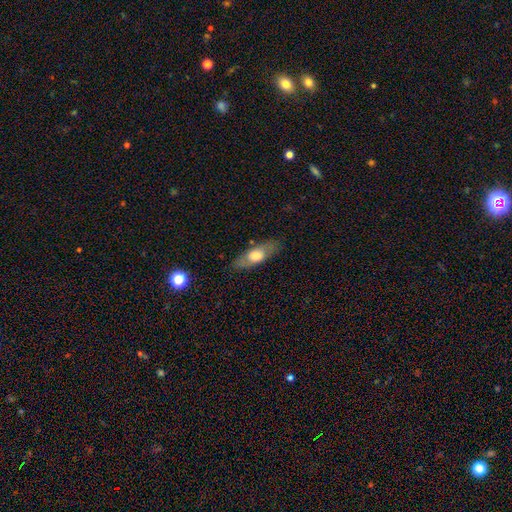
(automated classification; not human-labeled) smooth_or_featured: smooth (p=0.60) [alt: featured or disk p=0.34]
how_rounded: in between (p=0.62) [alt: cigar-shaped p=0.34]
merging: none (p=0.80) [alt: minor disturbance p=0.14]